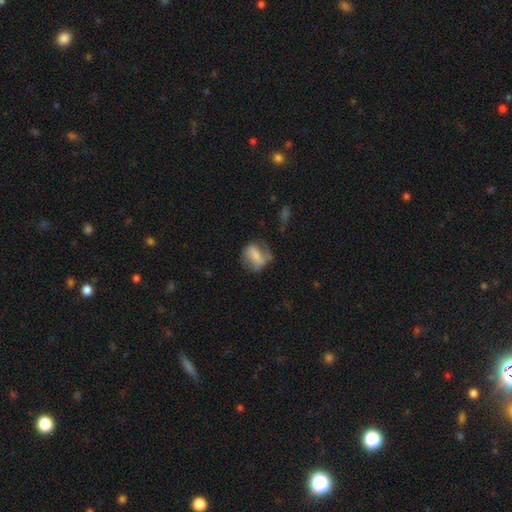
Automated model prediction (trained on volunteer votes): A smooth galaxy with no disk features (56%) that is in between round and cigar-shaped (55%).

Vote fractions:
- Smooth or featured? smooth: 56% / featured or disk: 36% / star or artifact: 8%
- How rounded? in between: 55% / round: 41% / cigar-shaped: 4%
- Merging? none: 49% / minor disturbance: 27% / major disturbance: 21% / merger: 3%